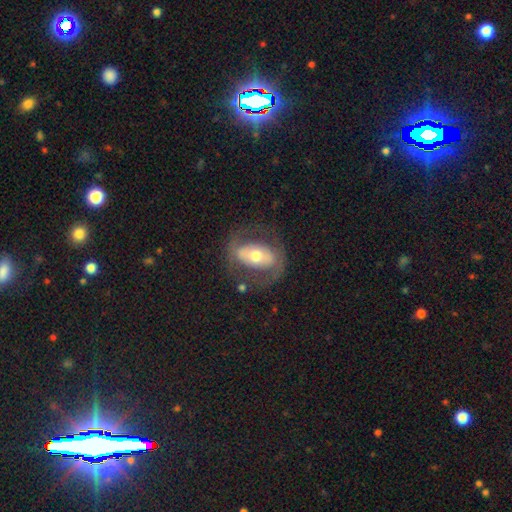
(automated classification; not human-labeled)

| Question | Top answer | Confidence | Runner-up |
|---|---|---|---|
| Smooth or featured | featured or disk | 64% | smooth (30%) |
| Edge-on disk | no | 93% | yes (7%) |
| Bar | no | 42% | strong (32%) |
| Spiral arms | yes | 51% | no (49%) |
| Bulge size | moderate | 68% | small (18%) |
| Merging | none | 67% | minor disturbance (16%) |